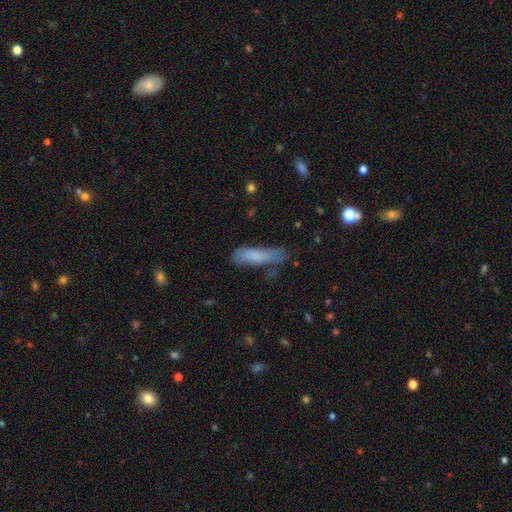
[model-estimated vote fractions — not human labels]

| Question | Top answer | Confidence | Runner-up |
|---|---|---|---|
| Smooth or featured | smooth | 74% | featured or disk (18%) |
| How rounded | cigar-shaped | 65% | in between (33%) |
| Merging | none | 50% | minor disturbance (32%) |